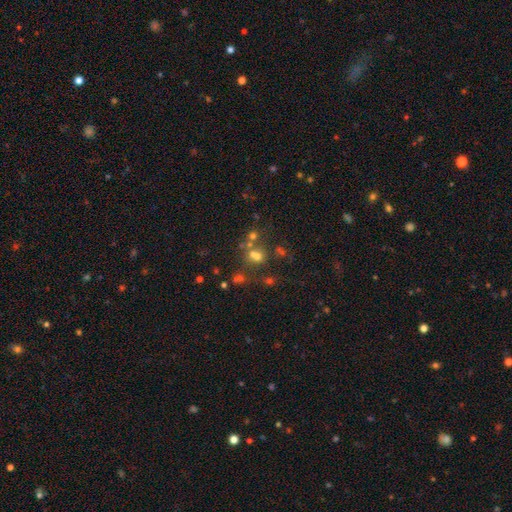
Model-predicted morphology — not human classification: smooth 52%, star or artifact 30%, featured or disk 18%. Down the decision tree: how rounded — round (73%); merging — none (48%).